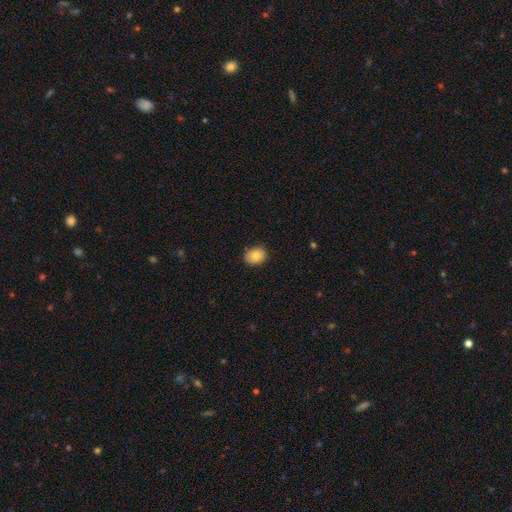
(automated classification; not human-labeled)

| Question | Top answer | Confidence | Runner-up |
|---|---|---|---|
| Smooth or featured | smooth | 81% | featured or disk (11%) |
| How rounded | in between | 57% | round (42%) |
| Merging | none | 85% | minor disturbance (12%) |